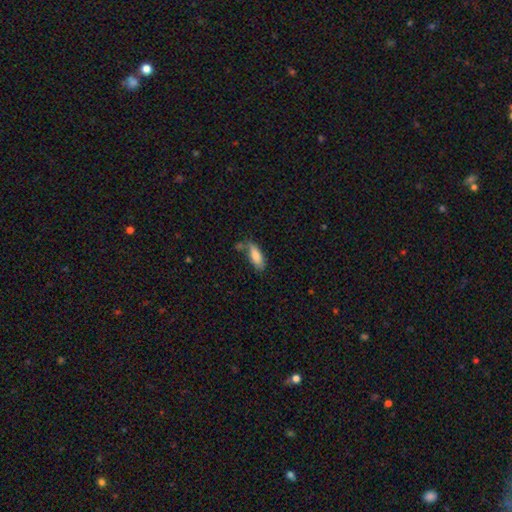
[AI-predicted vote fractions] A smooth galaxy with no disk features (81%) that is in between round and cigar-shaped (68%). Merging: none (57%).